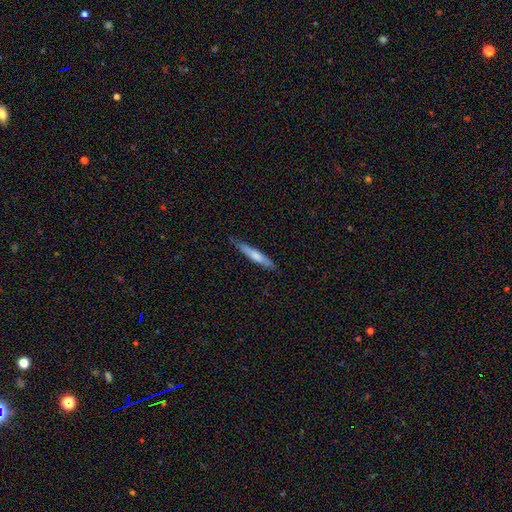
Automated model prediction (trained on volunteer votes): This is likely a smooth galaxy (62%). How rounded: clearly cigar-shaped (92%). Merging: clearly none (82%).